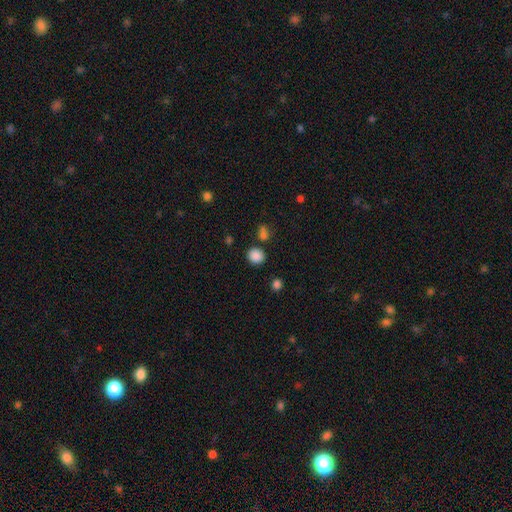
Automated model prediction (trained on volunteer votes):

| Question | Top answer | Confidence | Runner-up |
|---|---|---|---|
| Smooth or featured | smooth | 85% | star or artifact (11%) |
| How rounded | round | 80% | in between (19%) |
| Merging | none | 82% | minor disturbance (9%) |